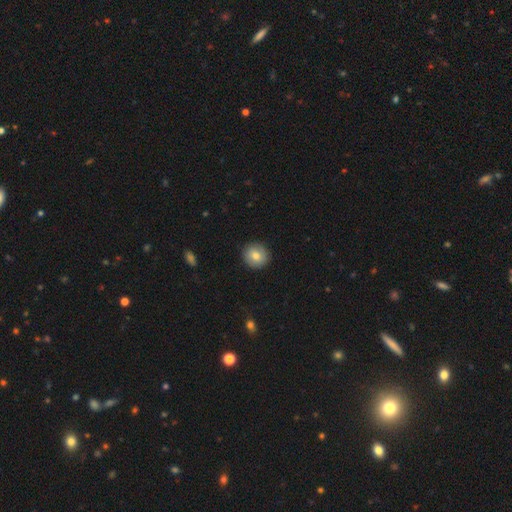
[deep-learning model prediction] Morphology: type=smooth (76%); roundness=round (90%); merging=none (89%).